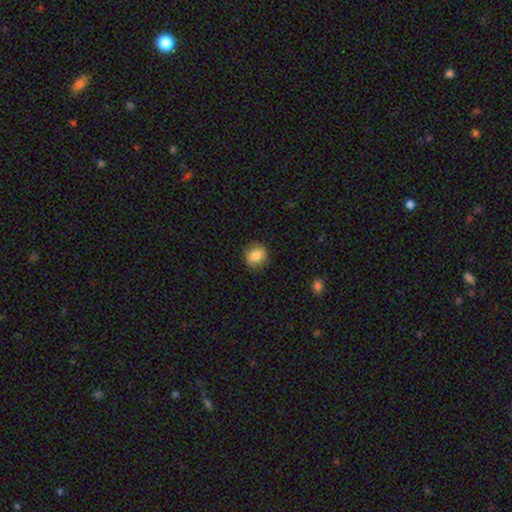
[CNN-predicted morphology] This is clearly a smooth galaxy (81%). How rounded: likely round (74%). Merging: clearly none (87%).